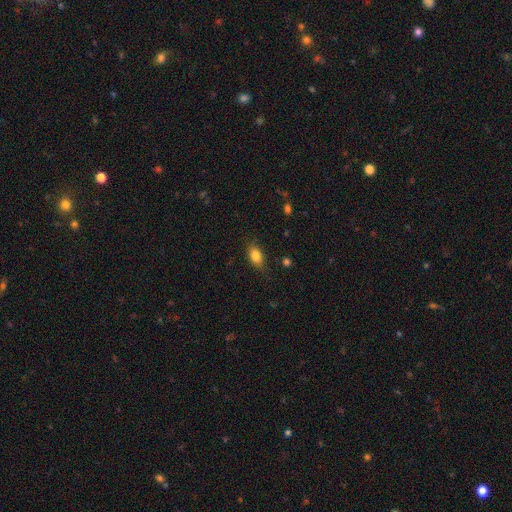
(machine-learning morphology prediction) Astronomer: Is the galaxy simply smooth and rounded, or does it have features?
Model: smooth — 82%.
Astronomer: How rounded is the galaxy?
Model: in between — 84%.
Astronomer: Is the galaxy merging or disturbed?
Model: none — 79%.